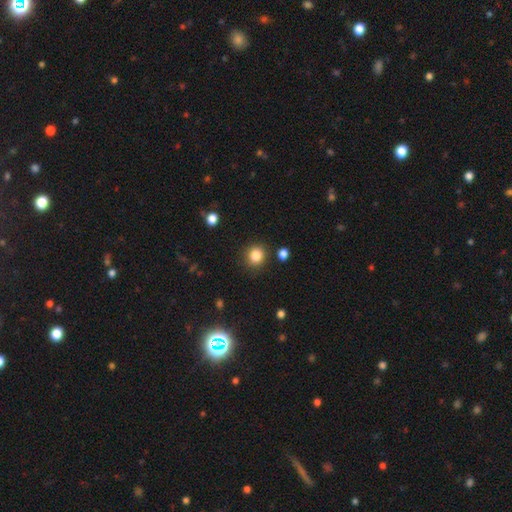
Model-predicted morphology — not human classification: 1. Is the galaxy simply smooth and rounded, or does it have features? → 84% smooth, 11% star or artifact, 5% featured or disk.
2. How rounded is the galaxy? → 87% round, 12% in between, 1% cigar-shaped.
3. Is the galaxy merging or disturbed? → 87% none, 7% minor disturbance, 3% merger, 3% major disturbance.